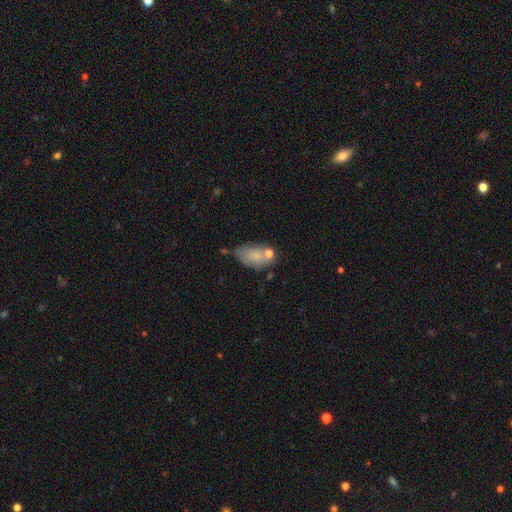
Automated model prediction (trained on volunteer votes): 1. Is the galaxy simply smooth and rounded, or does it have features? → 71% smooth, 20% featured or disk, 9% star or artifact.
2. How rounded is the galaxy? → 89% in between, 9% round, 2% cigar-shaped.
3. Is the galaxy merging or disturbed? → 44% none, 27% minor disturbance, 18% merger, 11% major disturbance.